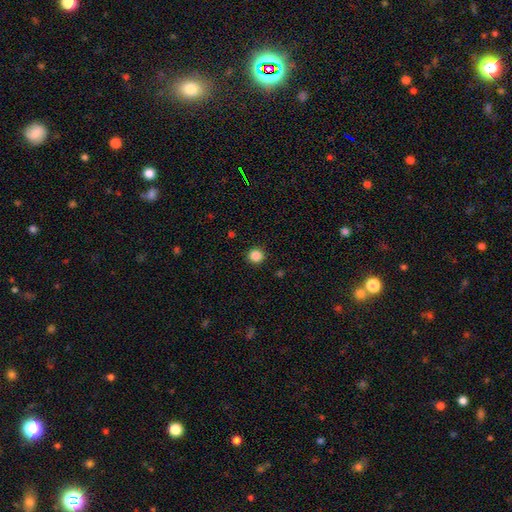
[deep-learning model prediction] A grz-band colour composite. It shows a smooth galaxy with no disk features (86%) that is round (93%). Merging: none (92%).